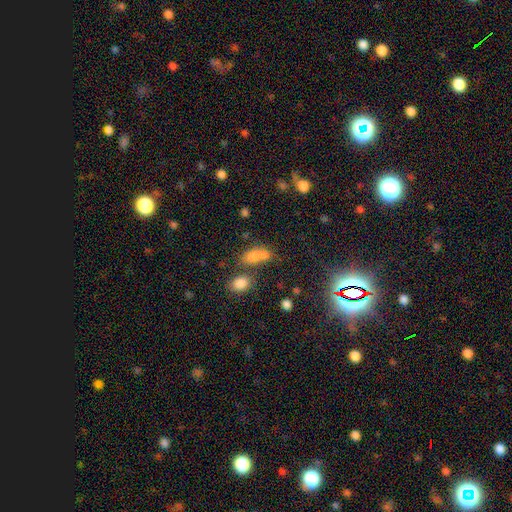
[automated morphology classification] smooth-or-featured: smooth: 74% | star or artifact: 14% | featured or disk: 12%
  how-rounded: in between: 73% | round: 21% | cigar-shaped: 6%
  merging: merger: 50% | none: 32% | minor disturbance: 11% | major disturbance: 7%